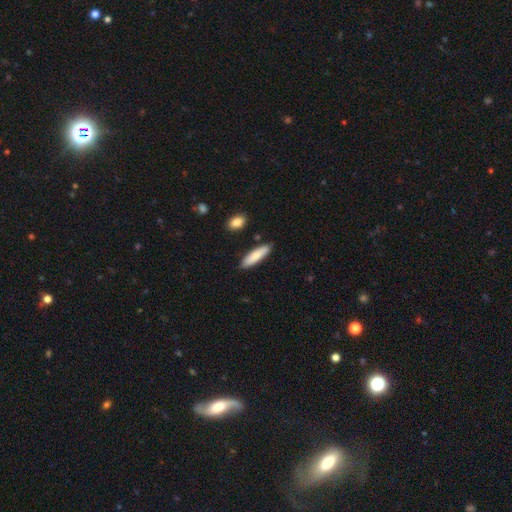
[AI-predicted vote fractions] smooth 81%, featured or disk 14%, star or artifact 6%. Down the decision tree: how rounded — cigar-shaped (66%); merging — none (86%).